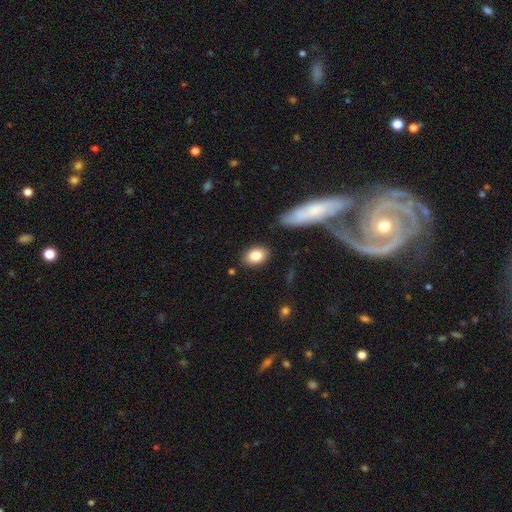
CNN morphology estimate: smooth 83%, featured or disk 9%, star or artifact 8%. Down the decision tree: how rounded — in between (78%); merging — none (84%).